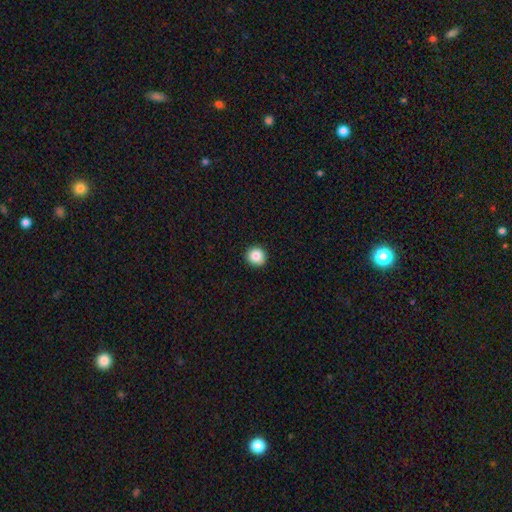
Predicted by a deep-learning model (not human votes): Overall: smooth (86%). How rounded: round (92%). Merging: none (92%).